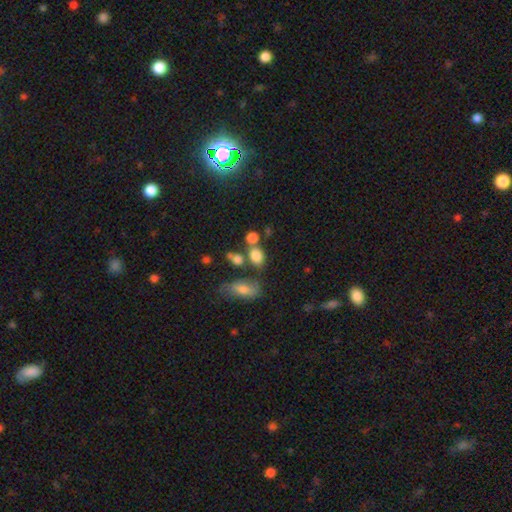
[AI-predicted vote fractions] This appears to be a smooth galaxy with no disk features (80%) that is in between round and cigar-shaped (62%). Merging: none (51%).